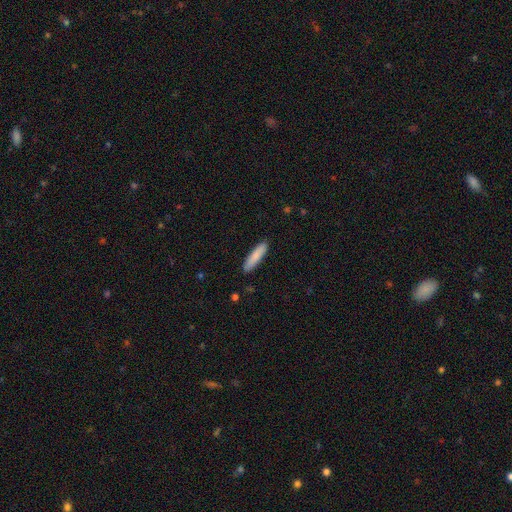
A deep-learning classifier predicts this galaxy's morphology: smooth 85%, featured or disk 10%, star or artifact 5%. Down the decision tree: how rounded — cigar-shaped (81%); merging — none (90%).